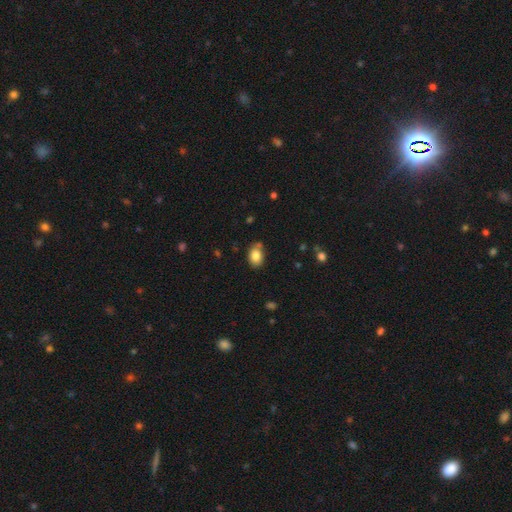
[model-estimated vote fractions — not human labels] Overall: smooth (83%). How rounded: in between (76%). Merging: none (71%).